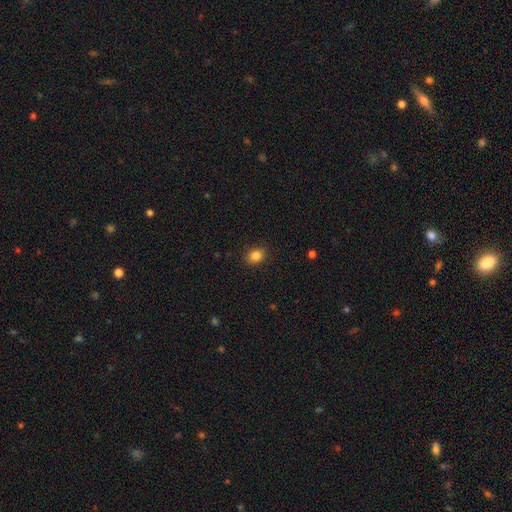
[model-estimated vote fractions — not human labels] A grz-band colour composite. It shows a smooth galaxy with no disk features (84%) that is in between round and cigar-shaped (54%). Merging: none (89%).